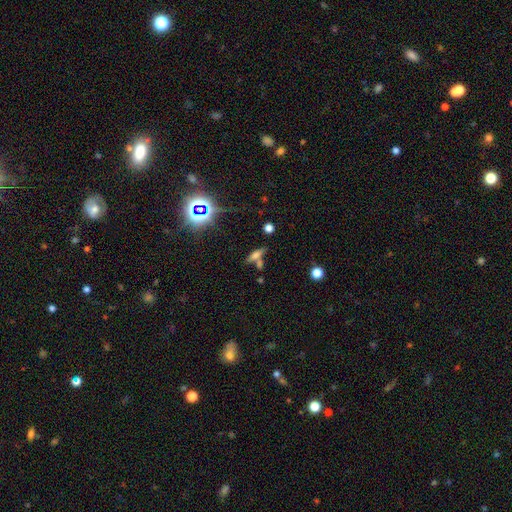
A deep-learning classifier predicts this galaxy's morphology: The model was most divided on "how rounded": cigar-shaped: 52%, in between: 41%, round: 7%. More confident: smooth or featured — smooth (53%); merging — none (50%).